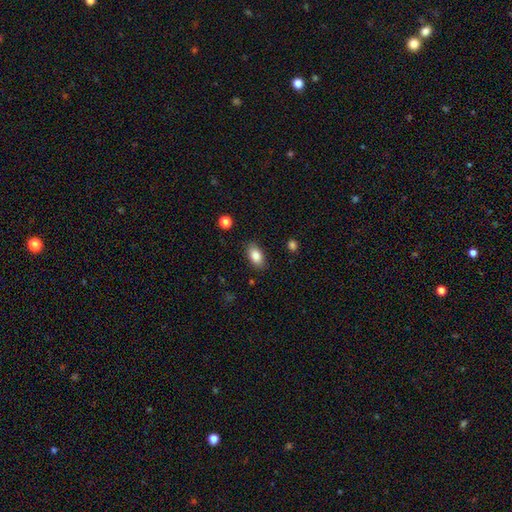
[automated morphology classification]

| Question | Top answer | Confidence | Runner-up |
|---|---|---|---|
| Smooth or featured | smooth | 85% | star or artifact (8%) |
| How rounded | in between | 91% | round (7%) |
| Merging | none | 86% | minor disturbance (10%) |